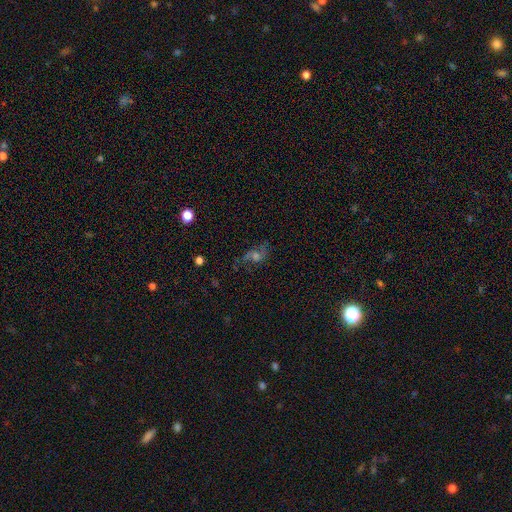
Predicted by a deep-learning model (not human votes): featured or disk 50%, smooth 27%, star or artifact 23%. Down the decision tree: merging — none (56%).